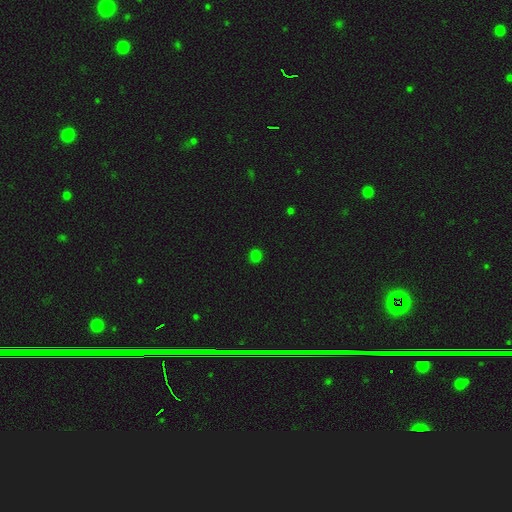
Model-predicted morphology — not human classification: A smooth galaxy with no disk features (78%) that is round (80%). Merging: none (89%).